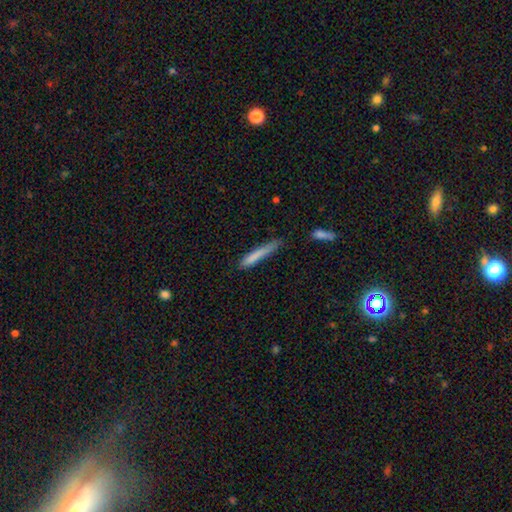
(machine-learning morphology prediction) Smooth or featured?
  - smooth: 78% *
  - featured or disk: 16%
  - star or artifact: 7%
How rounded?
  - cigar-shaped: 94% *
  - in between: 4%
  - round: 1%
Merging?
  - none: 66% *
  - minor disturbance: 24%
  - major disturbance: 6%
  - merger: 4%